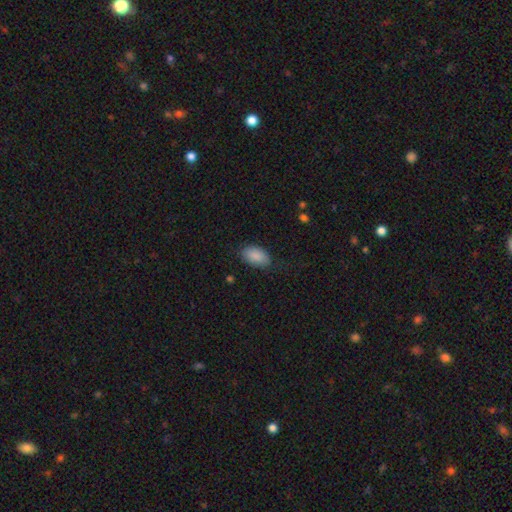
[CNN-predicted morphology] This appears to be a smooth galaxy with no disk features (88%) that is in between round and cigar-shaped (93%). Merging: none (78%).